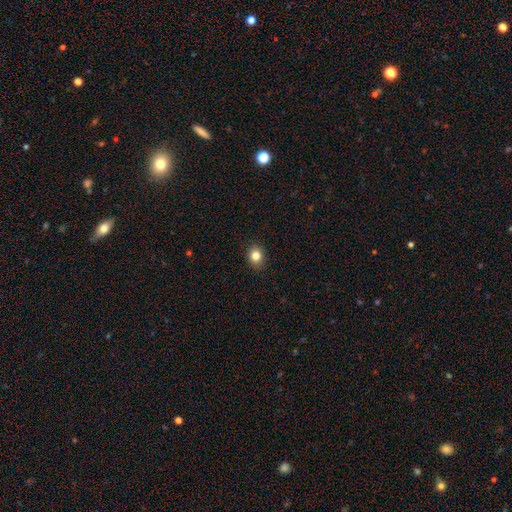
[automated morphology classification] Q: Smooth or featured?
A: smooth (83%); runner-up: star or artifact (11%)
Q: How rounded?
A: round (62%); runner-up: in between (37%)
Q: Merging?
A: none (89%); runner-up: minor disturbance (8%)